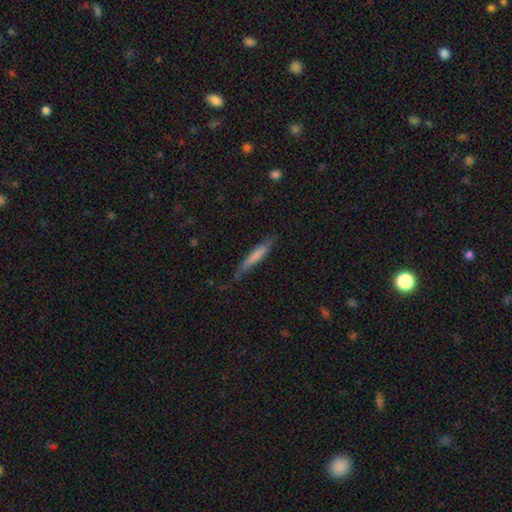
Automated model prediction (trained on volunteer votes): Smooth or featured?
  - smooth: 68% *
  - featured or disk: 26%
  - star or artifact: 6%
How rounded?
  - cigar-shaped: 92% *
  - in between: 7%
  - round: 1%
Merging?
  - none: 65% *
  - minor disturbance: 26%
  - major disturbance: 6%
  - merger: 2%